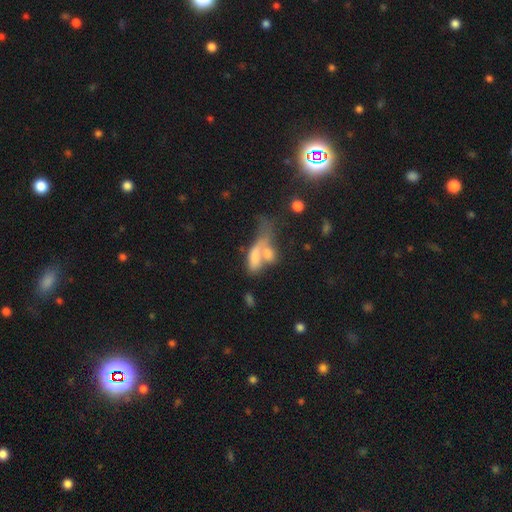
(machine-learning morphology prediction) Q: Smooth or featured?
A: smooth (61%); runner-up: featured or disk (25%)
Q: How rounded?
A: in between (65%); runner-up: cigar-shaped (27%)
Q: Merging?
A: merger (57%); runner-up: none (19%)